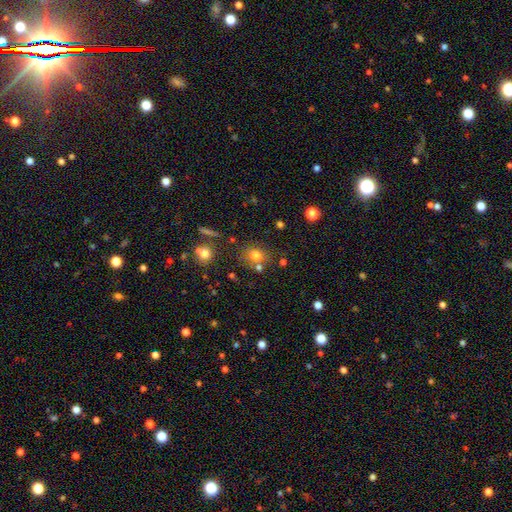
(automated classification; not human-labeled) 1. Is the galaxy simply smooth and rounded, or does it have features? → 73% smooth, 16% star or artifact, 11% featured or disk.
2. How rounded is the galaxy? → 64% round, 35% in between, 1% cigar-shaped.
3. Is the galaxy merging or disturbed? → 65% none, 16% merger, 14% minor disturbance, 5% major disturbance.